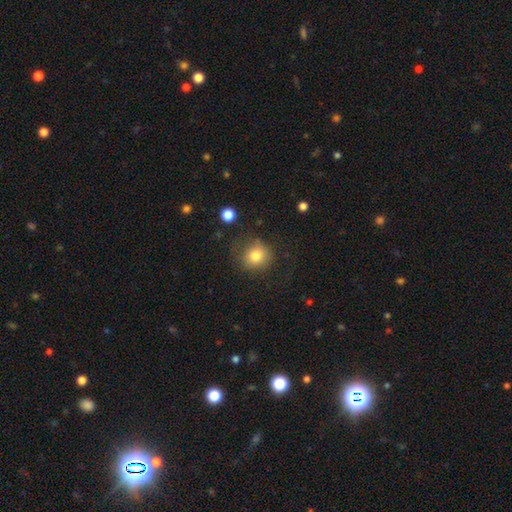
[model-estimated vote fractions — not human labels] This appears to be a smooth galaxy with no disk features (81%) that is round (83%). Merging: none (73%).